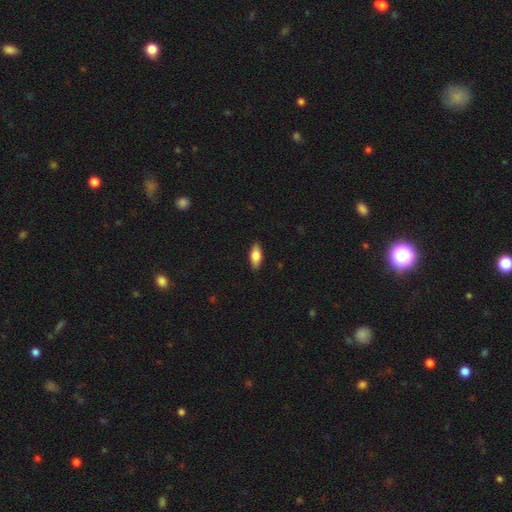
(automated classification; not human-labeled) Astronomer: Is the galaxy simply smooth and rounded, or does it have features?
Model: smooth — 75%.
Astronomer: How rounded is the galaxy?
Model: in between — 77%.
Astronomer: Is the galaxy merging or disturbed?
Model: none — 88%.